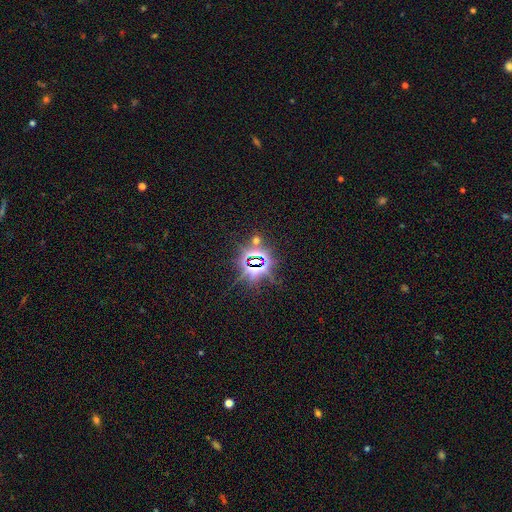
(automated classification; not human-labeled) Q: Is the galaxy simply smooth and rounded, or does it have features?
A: star or artifact — 84%.